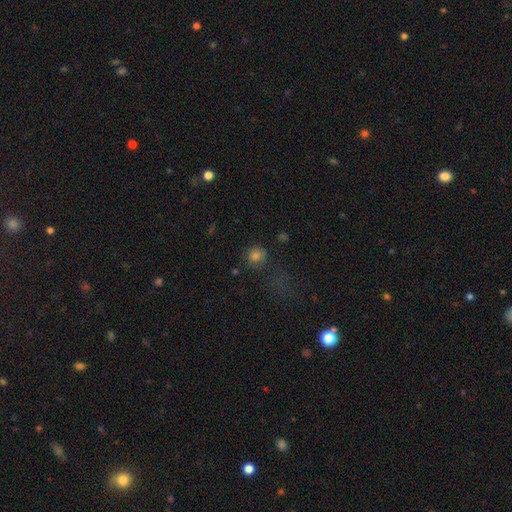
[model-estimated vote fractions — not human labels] This is likely a smooth galaxy (72%). How rounded: clearly round (81%). Merging: likely none (62%).